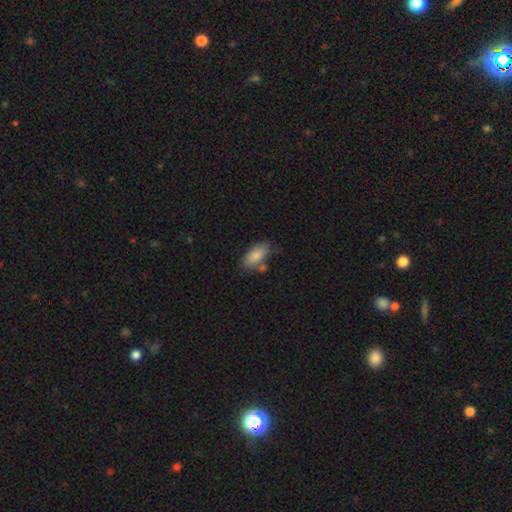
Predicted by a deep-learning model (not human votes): Smooth or featured: smooth — 86% (featured or disk — 7%)
How rounded: in between — 89% (cigar-shaped — 9%)
Merging: none — 65% (minor disturbance — 20%)